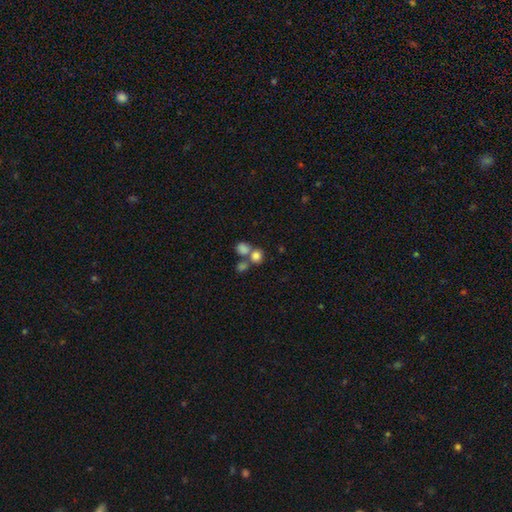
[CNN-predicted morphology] This appears to be a smooth galaxy with no disk features (79%) that is round (75%). Merging: merger (45%).